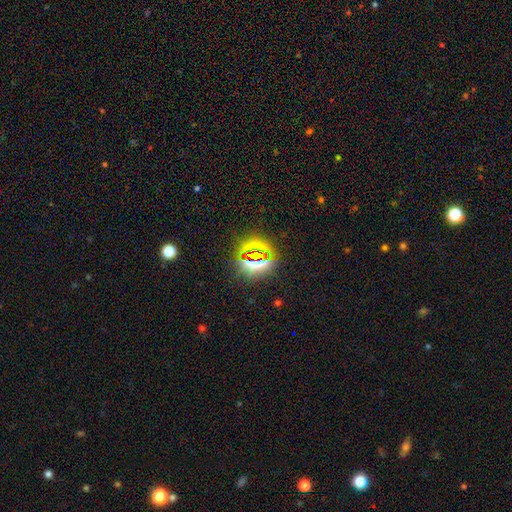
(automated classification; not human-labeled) Smooth or featured: star or artifact — 63% (smooth — 27%)